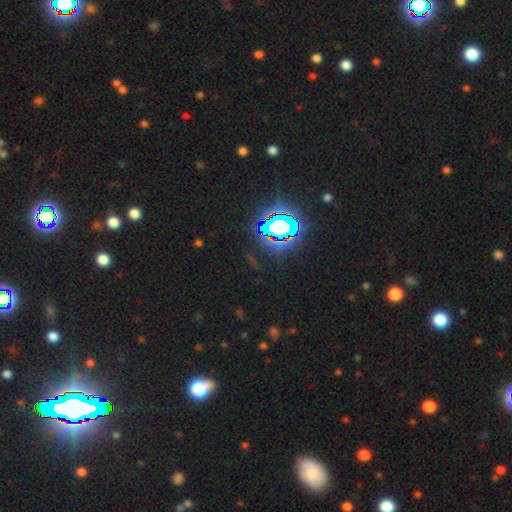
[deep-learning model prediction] Smooth or featured?
  - star or artifact: 83% *
  - smooth: 11%
  - featured or disk: 6%